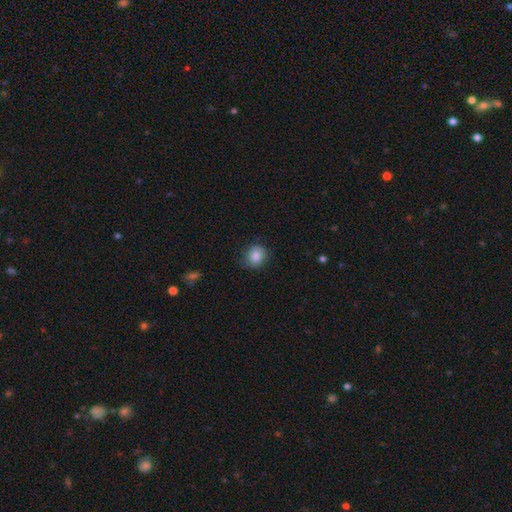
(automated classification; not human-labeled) smooth-or-featured: smooth: 84% | star or artifact: 8% | featured or disk: 7%
  how-rounded: round: 66% | in between: 33% | cigar-shaped: 1%
  merging: none: 74% | minor disturbance: 20% | major disturbance: 5% | merger: 1%